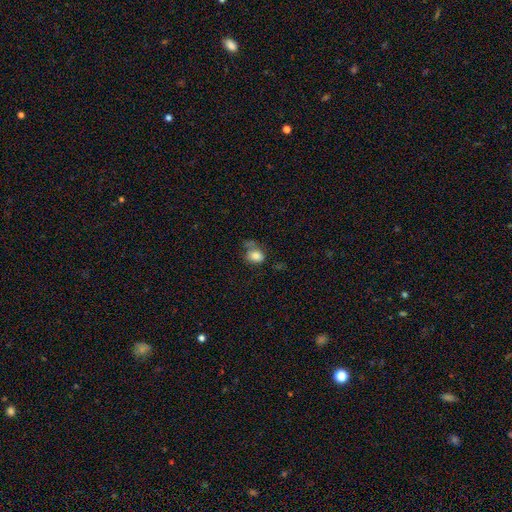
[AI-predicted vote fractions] Q: Smooth or featured?
A: smooth (81%); runner-up: featured or disk (10%)
Q: How rounded?
A: in between (59%); runner-up: round (40%)
Q: Merging?
A: none (44%); runner-up: minor disturbance (26%)